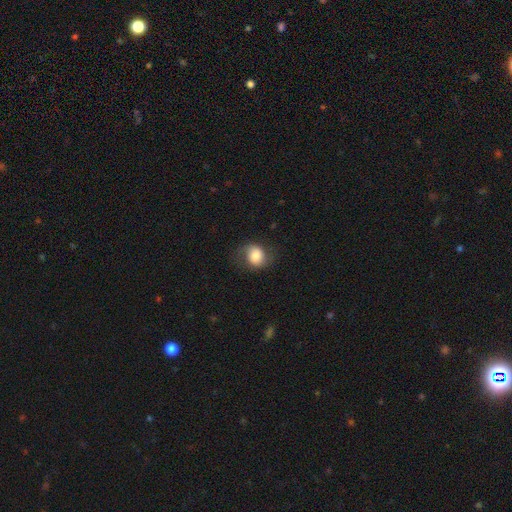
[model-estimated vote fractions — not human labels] smooth 69%, featured or disk 22%, star or artifact 8%. Down the decision tree: how rounded — round (61%); merging — none (67%).